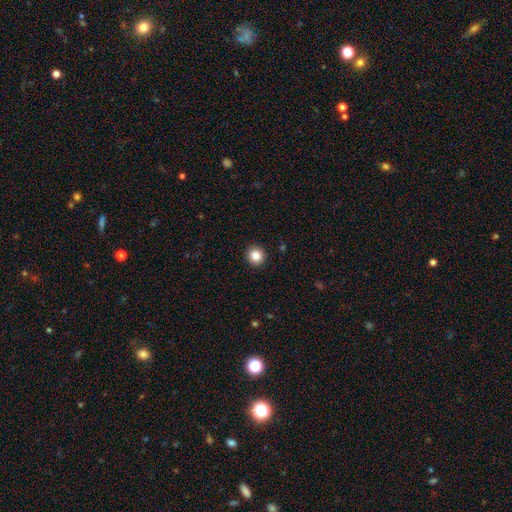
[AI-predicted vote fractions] Smooth or featured? Predicted: smooth (p=0.85). How rounded? Predicted: round (p=0.95). Merging? Predicted: none (p=0.93).